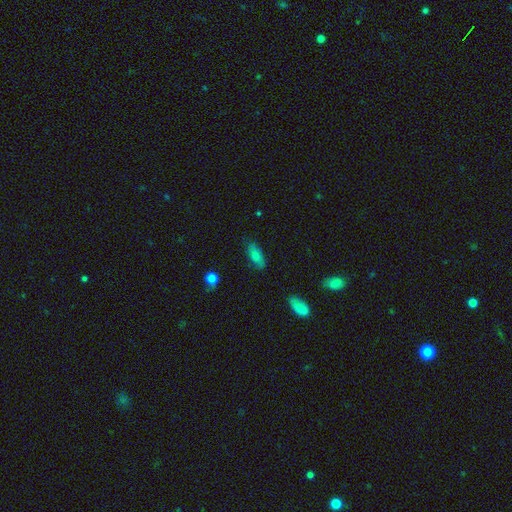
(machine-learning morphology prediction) Smooth or featured?
  - smooth: 76% *
  - featured or disk: 16%
  - star or artifact: 8%
How rounded?
  - in between: 74% *
  - cigar-shaped: 23%
  - round: 3%
Merging?
  - none: 78% *
  - minor disturbance: 17%
  - major disturbance: 4%
  - merger: 2%